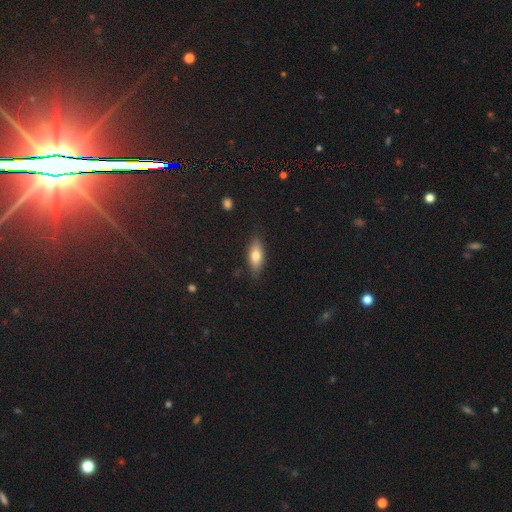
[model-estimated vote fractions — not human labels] Q: Smooth or featured?
A: smooth (73%); runner-up: featured or disk (20%)
Q: How rounded?
A: in between (76%); runner-up: cigar-shaped (20%)
Q: Merging?
A: none (81%); runner-up: minor disturbance (14%)